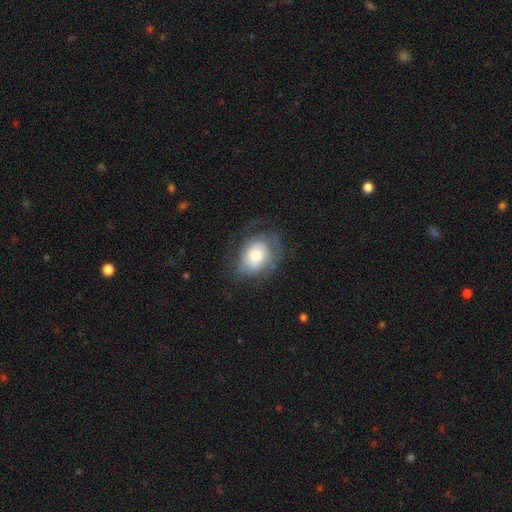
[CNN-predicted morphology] smooth_or_featured: smooth (p=0.54) [alt: featured or disk p=0.38]
how_rounded: in between (p=0.63) [alt: round p=0.35]
merging: none (p=0.57) [alt: minor disturbance p=0.24]